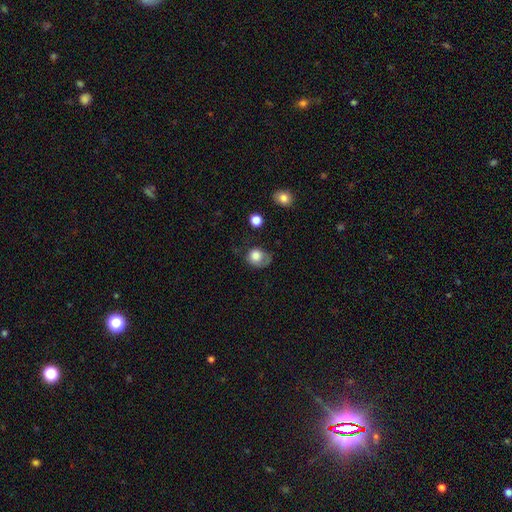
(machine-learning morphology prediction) smooth 75%, featured or disk 16%, star or artifact 9%. Down the decision tree: how rounded — round (67%); merging — none (38%).